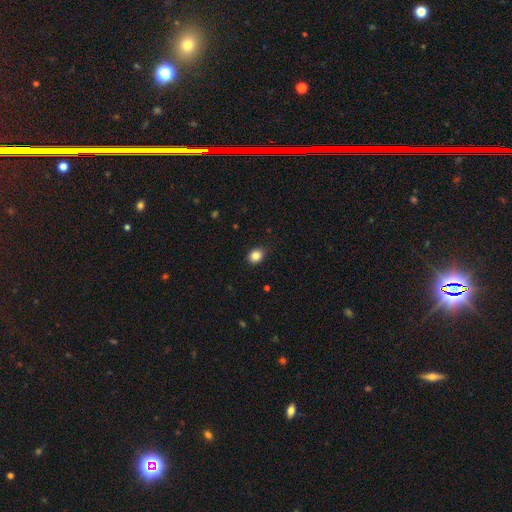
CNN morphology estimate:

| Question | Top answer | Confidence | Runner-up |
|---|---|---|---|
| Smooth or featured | smooth | 85% | star or artifact (10%) |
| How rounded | round | 56% | in between (43%) |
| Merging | none | 88% | minor disturbance (9%) |